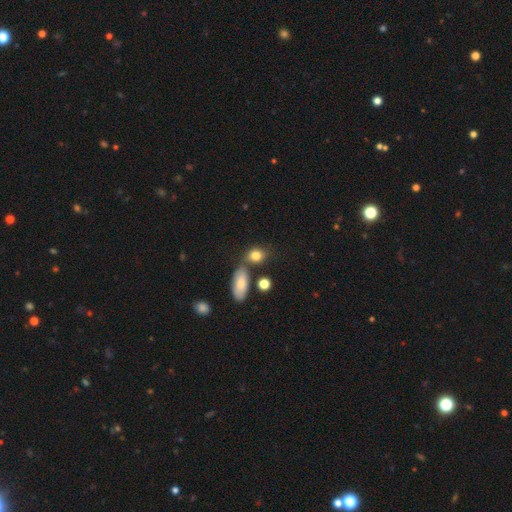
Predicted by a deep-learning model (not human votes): smooth_or_featured: smooth (p=0.81) [alt: featured or disk p=0.10]
how_rounded: in between (p=0.53) [alt: round p=0.43]
merging: none (p=0.60) [alt: merger p=0.20]